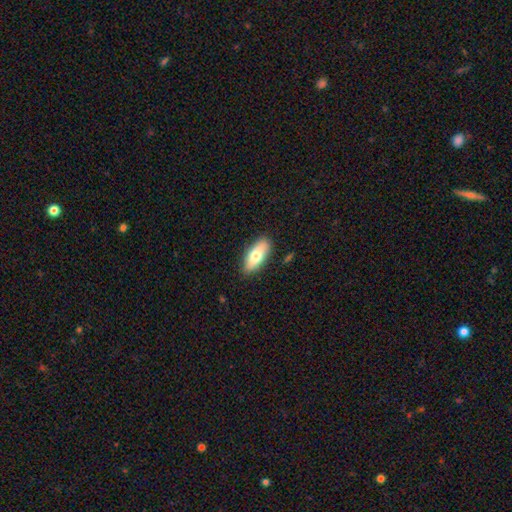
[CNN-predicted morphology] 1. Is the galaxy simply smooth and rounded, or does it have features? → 72% smooth, 22% featured or disk, 6% star or artifact.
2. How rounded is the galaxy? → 79% in between, 18% cigar-shaped, 3% round.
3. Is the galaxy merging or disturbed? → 87% none, 10% minor disturbance, 2% major disturbance, 1% merger.